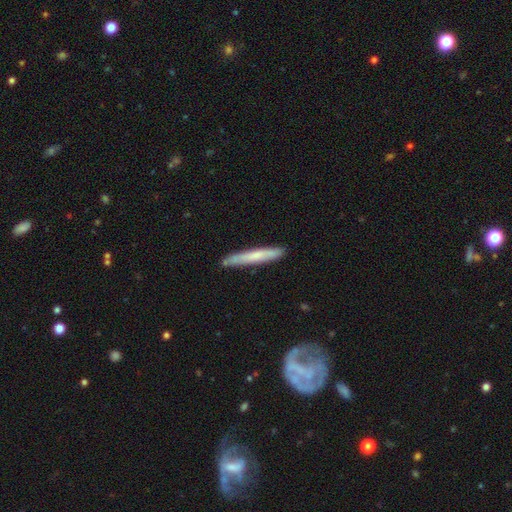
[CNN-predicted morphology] smooth_or_featured: smooth (p=0.62) [alt: featured or disk p=0.32]
how_rounded: cigar-shaped (p=0.96) [alt: in between p=0.03]
merging: none (p=0.84) [alt: minor disturbance p=0.12]